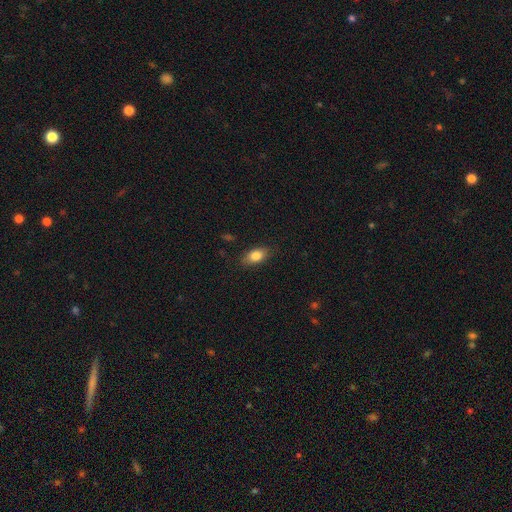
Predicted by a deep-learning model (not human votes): Smooth or featured? smooth (81%)
How rounded? in between (86%)
Merging? none (84%)